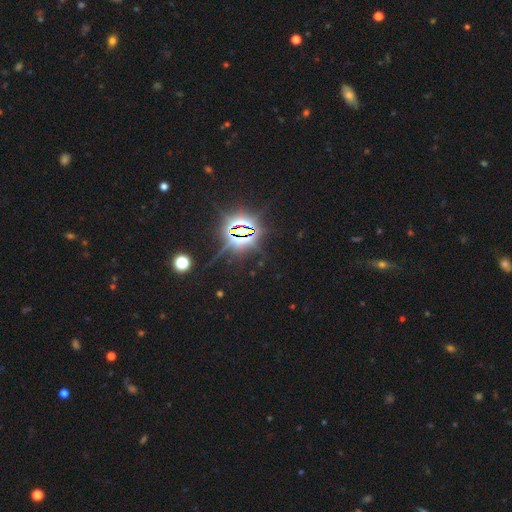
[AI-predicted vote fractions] Smooth or featured? star or artifact (84%)